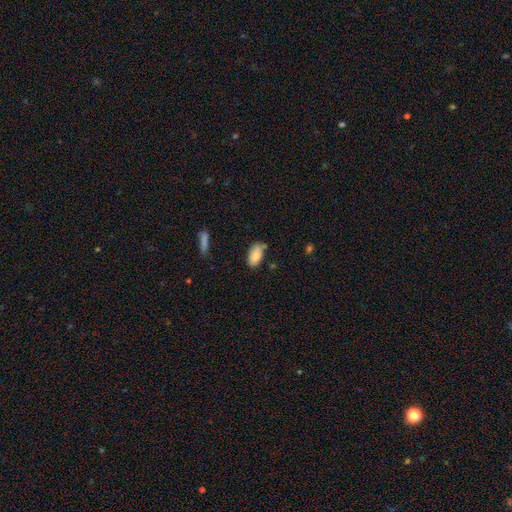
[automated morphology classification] Smooth or featured? smooth (83%)
How rounded? in between (93%)
Merging? none (66%)